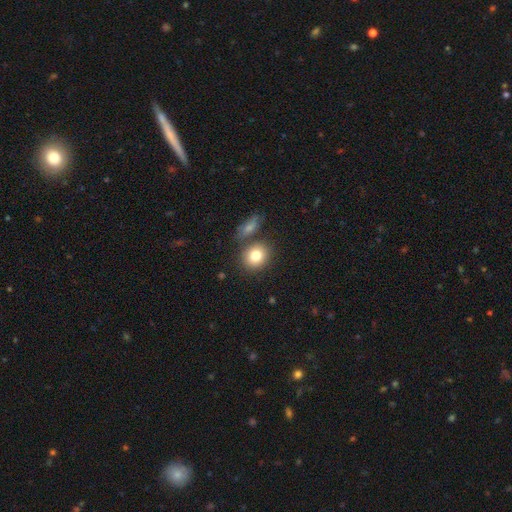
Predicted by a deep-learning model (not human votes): A smooth galaxy with no disk features (81%) that is round (69%). Merging: none (70%).